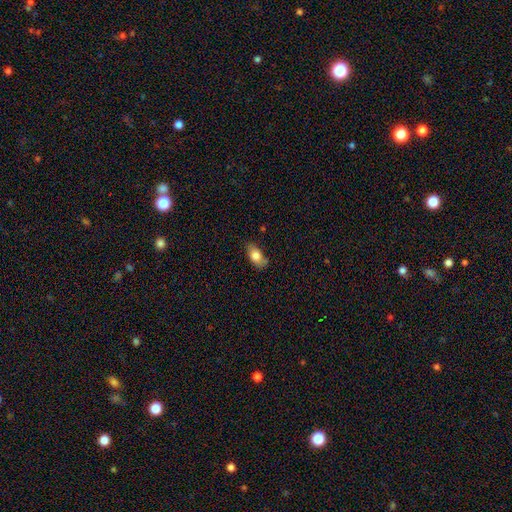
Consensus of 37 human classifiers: A smooth galaxy with no disk features (81%) that is in between round and cigar-shaped (80%). Merging: minor disturbance (54%).